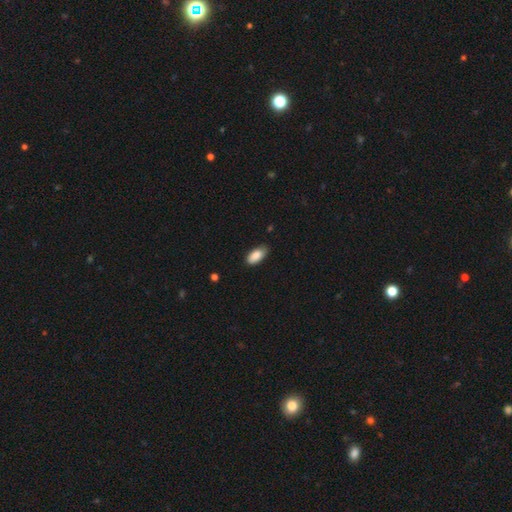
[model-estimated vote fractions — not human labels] smooth 86%, featured or disk 7%, star or artifact 7%. Down the decision tree: how rounded — in between (93%); merging — none (77%).